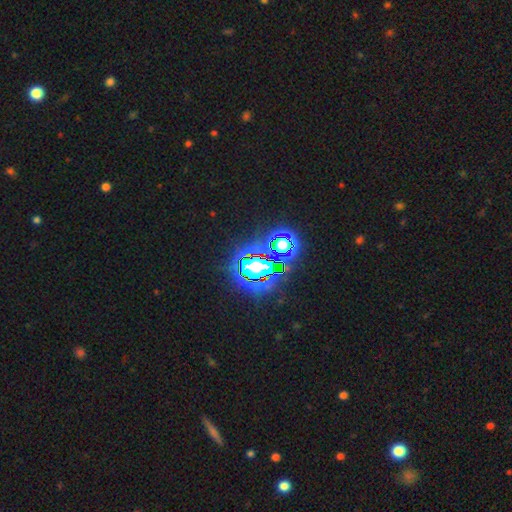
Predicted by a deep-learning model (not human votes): Smooth or featured?
  - star or artifact: 82% *
  - smooth: 11%
  - featured or disk: 7%